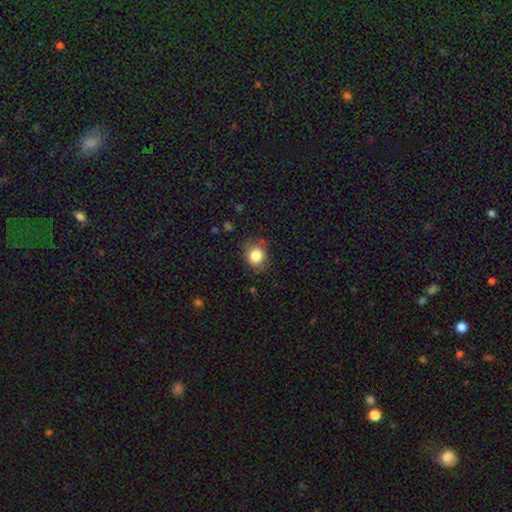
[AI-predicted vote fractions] Smooth or featured: smooth — 83% (star or artifact — 10%)
How rounded: round — 74% (in between — 25%)
Merging: none — 79% (minor disturbance — 16%)